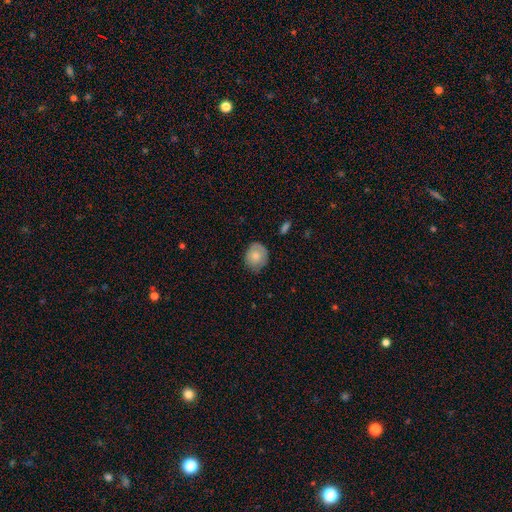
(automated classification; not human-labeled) A smooth galaxy with no disk features (77%) that is round (70%). Merging: none (71%).